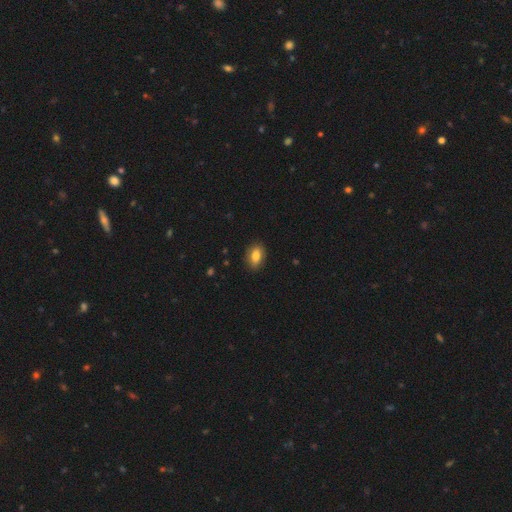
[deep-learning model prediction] Smooth or featured?
  - smooth: 84% *
  - featured or disk: 8%
  - star or artifact: 8%
How rounded?
  - in between: 86% *
  - round: 11%
  - cigar-shaped: 3%
Merging?
  - none: 85% *
  - minor disturbance: 12%
  - major disturbance: 2%
  - merger: 1%